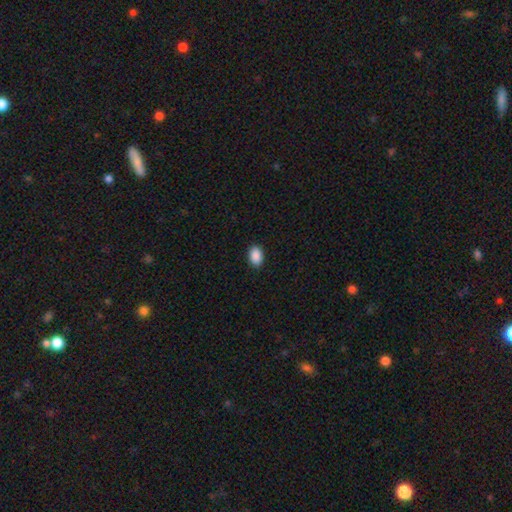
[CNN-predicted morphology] smooth 91%, star or artifact 7%, featured or disk 2%. Down the decision tree: how rounded — in between (85%); merging — none (89%).